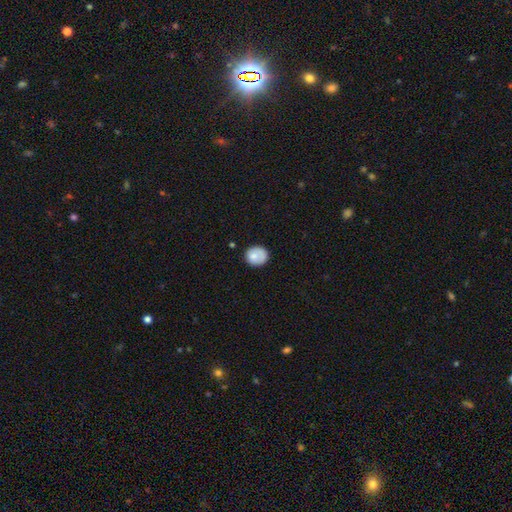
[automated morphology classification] A smooth galaxy with no disk features (76%) that is round (76%).

Vote fractions:
- Smooth or featured? smooth: 76% / featured or disk: 17% / star or artifact: 7%
- How rounded? round: 76% / in between: 23% / cigar-shaped: 1%
- Merging? none: 73% / minor disturbance: 19% / major disturbance: 5% / merger: 3%